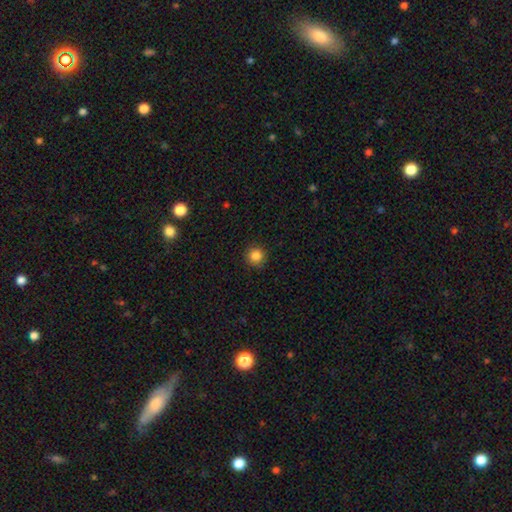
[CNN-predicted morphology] A smooth galaxy with no disk features (85%) that is round (94%).

Vote fractions:
- Smooth or featured? smooth: 85% / star or artifact: 11% / featured or disk: 4%
- How rounded? round: 94% / in between: 5% / cigar-shaped: 1%
- Merging? none: 89% / minor disturbance: 8% / major disturbance: 2% / merger: 1%